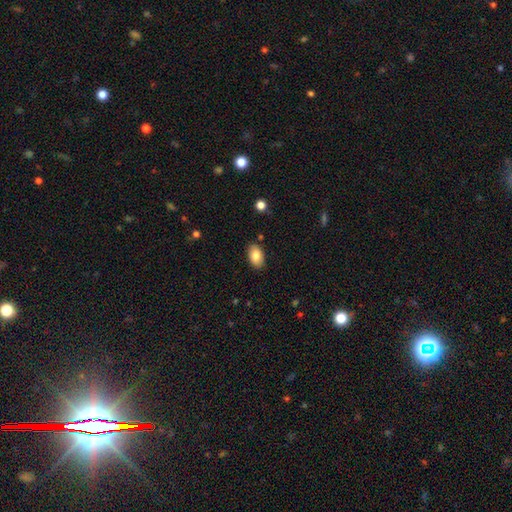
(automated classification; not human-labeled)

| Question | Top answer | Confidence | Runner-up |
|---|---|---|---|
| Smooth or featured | smooth | 84% | featured or disk (9%) |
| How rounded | in between | 93% | round (5%) |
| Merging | none | 86% | minor disturbance (10%) |